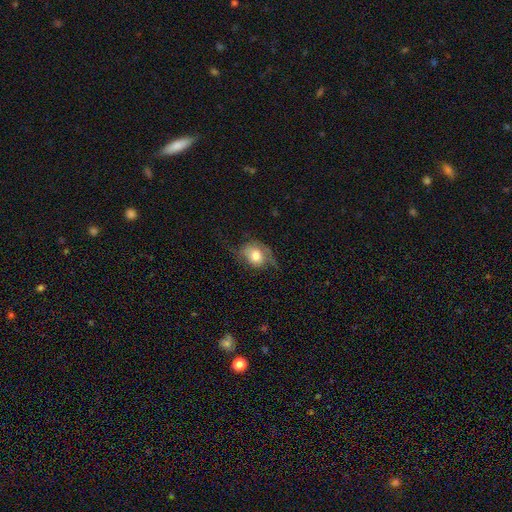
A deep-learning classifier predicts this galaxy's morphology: Overall: smooth (62%; featured or disk 30%). How rounded: in between (55%; round 44%). Merging: none (42%; minor disturbance 29%).